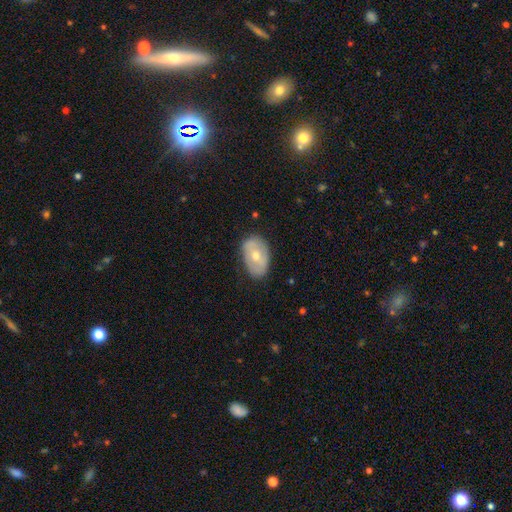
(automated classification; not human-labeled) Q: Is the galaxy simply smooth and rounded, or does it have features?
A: featured or disk — 47%.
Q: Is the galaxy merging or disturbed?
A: none — 79%.